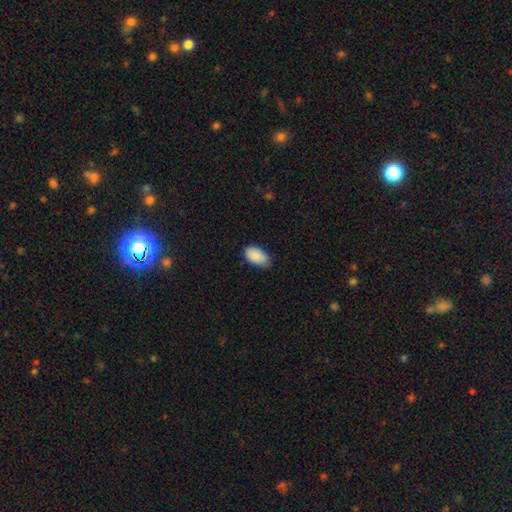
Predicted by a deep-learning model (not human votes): Smooth or featured? Predicted: smooth (p=0.90). How rounded? Predicted: in between (p=0.95). Merging? Predicted: none (p=0.75).